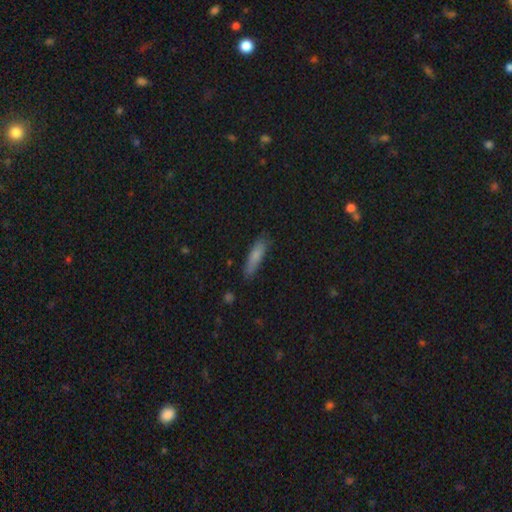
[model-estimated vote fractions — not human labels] Smooth or featured? smooth (79%)
How rounded? cigar-shaped (73%)
Merging? none (79%)